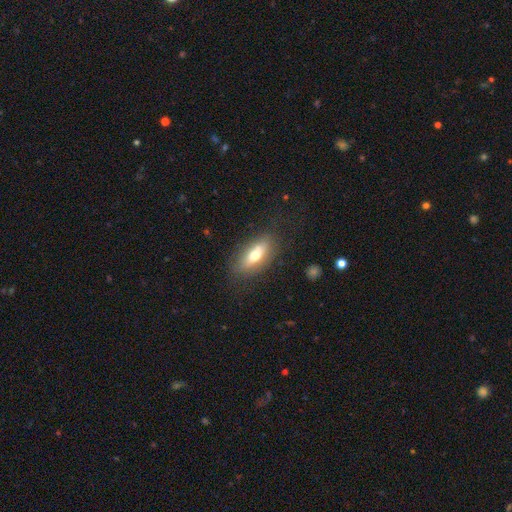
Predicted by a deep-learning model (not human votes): A smooth galaxy with no disk features (61%) that is in between round and cigar-shaped (75%).

Vote fractions:
- Smooth or featured? smooth: 61% / featured or disk: 31% / star or artifact: 8%
- How rounded? in between: 75% / cigar-shaped: 20% / round: 4%
- Merging? none: 78% / minor disturbance: 14% / major disturbance: 5% / merger: 3%